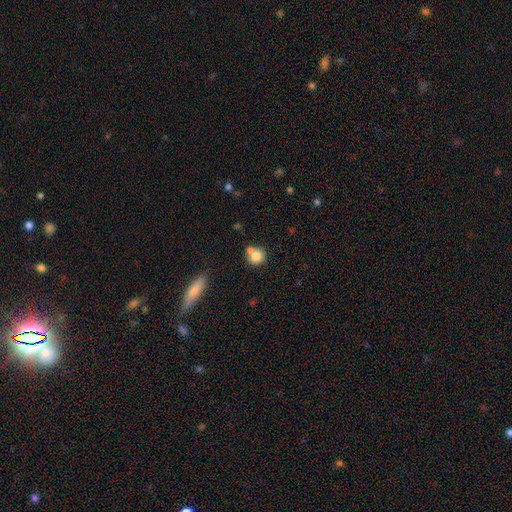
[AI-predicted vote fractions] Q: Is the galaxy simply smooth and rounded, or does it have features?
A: smooth — 81%.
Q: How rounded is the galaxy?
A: round — 87%.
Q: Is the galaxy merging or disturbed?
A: none — 57%.